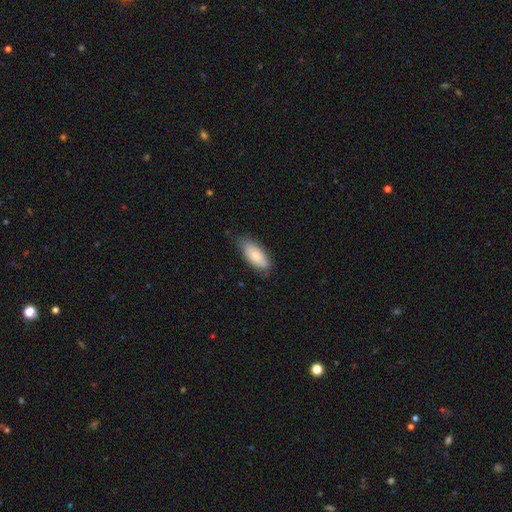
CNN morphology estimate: Smooth or featured?
  - smooth: 83% *
  - featured or disk: 11%
  - star or artifact: 6%
How rounded?
  - in between: 86% *
  - cigar-shaped: 12%
  - round: 2%
Merging?
  - none: 69% *
  - minor disturbance: 26%
  - major disturbance: 4%
  - merger: 1%